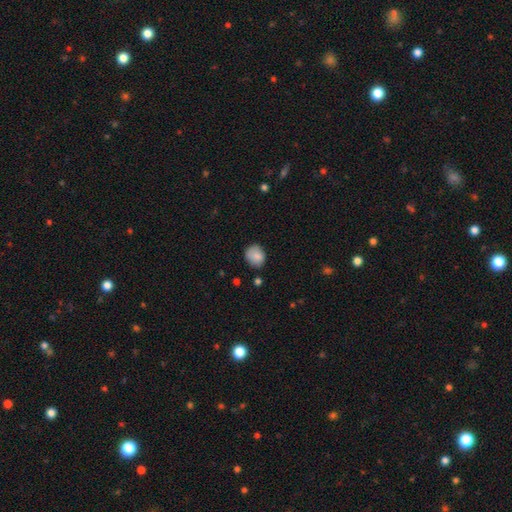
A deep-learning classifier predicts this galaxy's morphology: Smooth or featured? Predicted: smooth (p=0.85). How rounded? Predicted: round (p=0.70). Merging? Predicted: none (p=0.74).